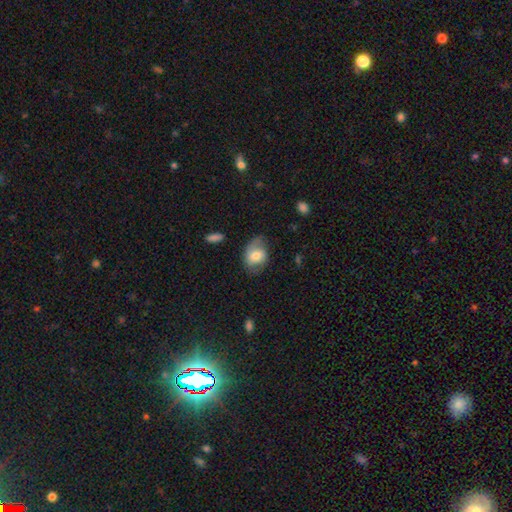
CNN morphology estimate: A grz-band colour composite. It shows a smooth galaxy with no disk features (58%) that is in between round and cigar-shaped (70%). Merging: none (59%).